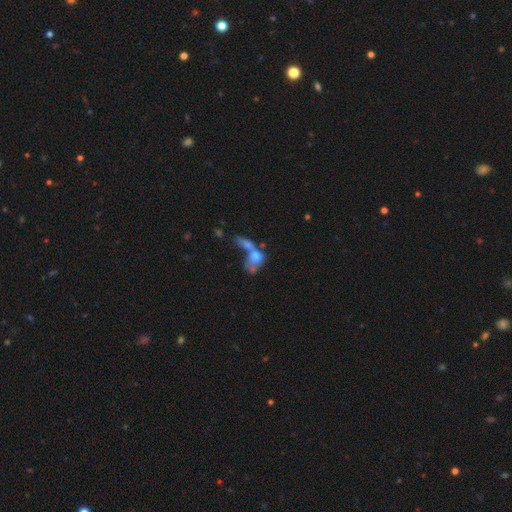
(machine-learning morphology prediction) smooth_or_featured: smooth (p=0.57) [alt: featured or disk p=0.32]
how_rounded: in between (p=0.67) [alt: round p=0.27]
merging: merger (p=0.67) [alt: major disturbance p=0.15]